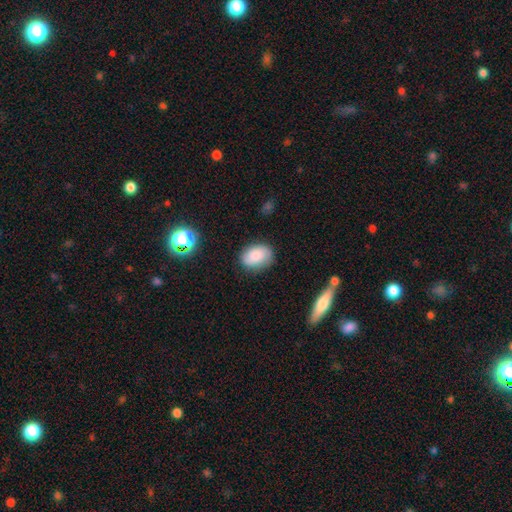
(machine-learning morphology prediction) Overall: smooth (81%). How rounded: in between (81%). Merging: none (79%).